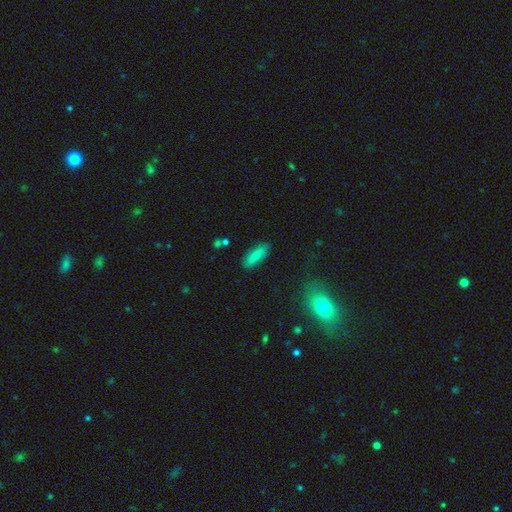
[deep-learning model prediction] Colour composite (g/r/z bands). It shows a smooth galaxy with no disk features (70%) that is in between round and cigar-shaped (68%). Merging: none (85%).